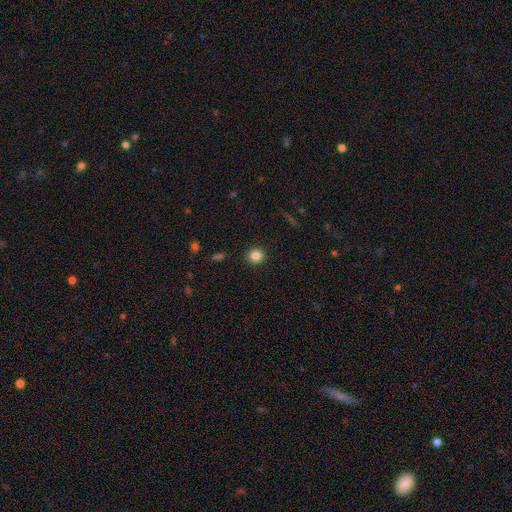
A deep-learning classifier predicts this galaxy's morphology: Smooth or featured? Predicted: smooth (p=0.84). How rounded? Predicted: round (p=0.94). Merging? Predicted: none (p=0.92).